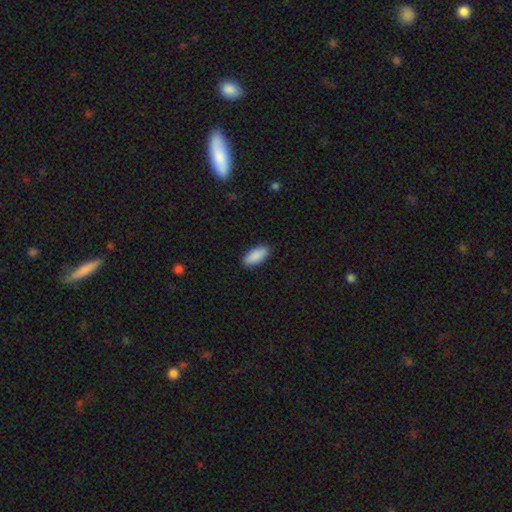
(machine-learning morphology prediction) Smooth or featured: smooth — 91% (star or artifact — 6%)
How rounded: in between — 87% (cigar-shaped — 12%)
Merging: none — 89% (minor disturbance — 8%)